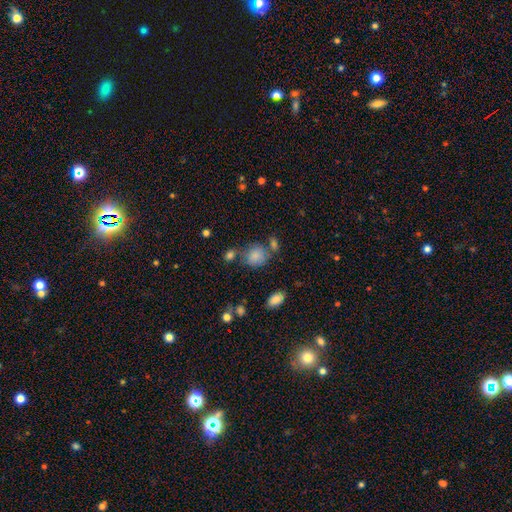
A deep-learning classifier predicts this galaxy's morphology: A smooth galaxy with no disk features (81%) that is round (63%).

Vote fractions:
- Smooth or featured? smooth: 81% / star or artifact: 10% / featured or disk: 10%
- How rounded? round: 63% / in between: 36% / cigar-shaped: 1%
- Merging? none: 55% / minor disturbance: 19% / merger: 18% / major disturbance: 8%